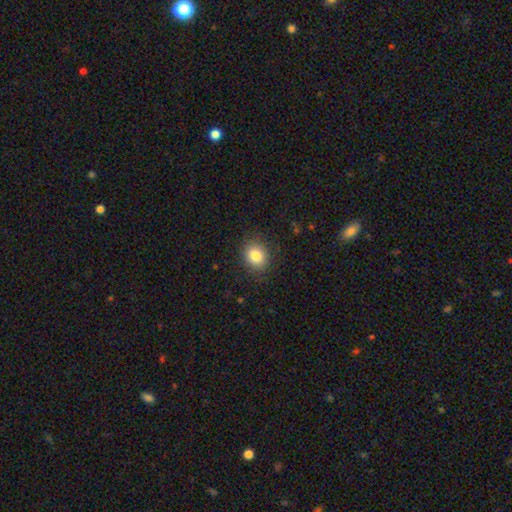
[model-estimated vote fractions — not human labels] A smooth galaxy with no disk features (83%) that is round (65%). Merging: none (86%).